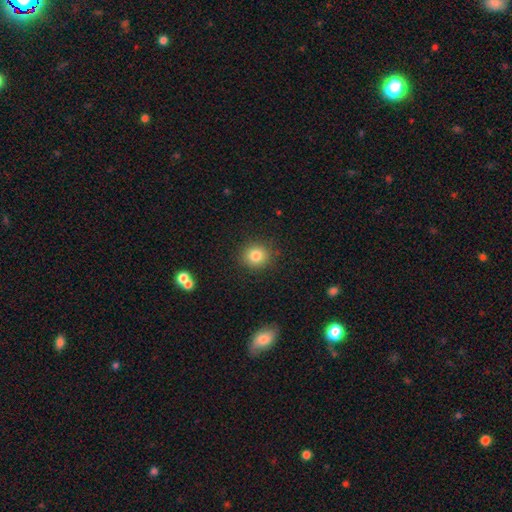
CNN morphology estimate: Smooth or featured? smooth (82%)
How rounded? round (87%)
Merging? none (88%)